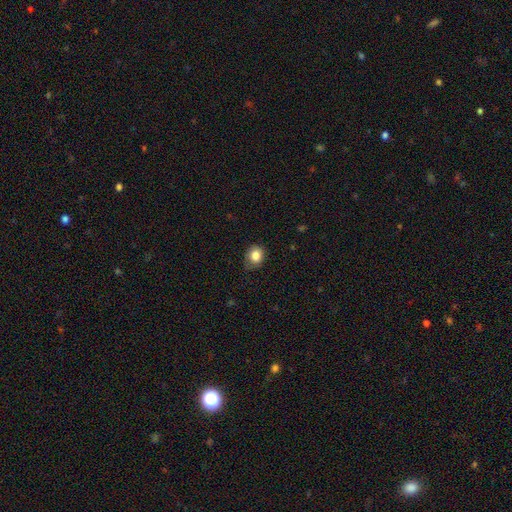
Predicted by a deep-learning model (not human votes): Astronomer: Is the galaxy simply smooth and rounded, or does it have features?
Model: smooth — 83%.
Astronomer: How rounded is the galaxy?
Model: round — 58% (runner-up: in between, 41%).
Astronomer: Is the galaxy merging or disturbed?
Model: none — 71%.